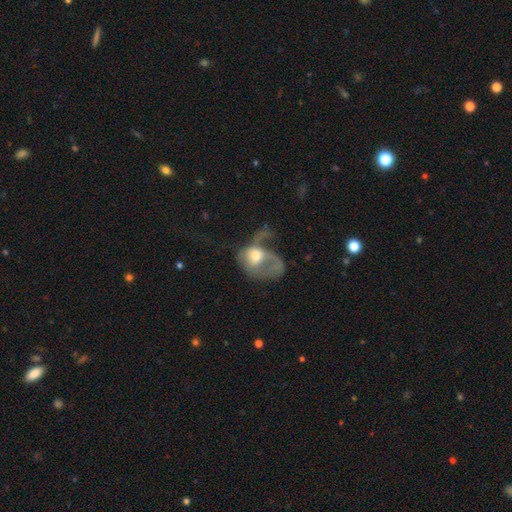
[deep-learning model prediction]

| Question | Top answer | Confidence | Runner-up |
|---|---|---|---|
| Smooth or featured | smooth | 49% | featured or disk (44%) |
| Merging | major disturbance | 68% | minor disturbance (12%) |